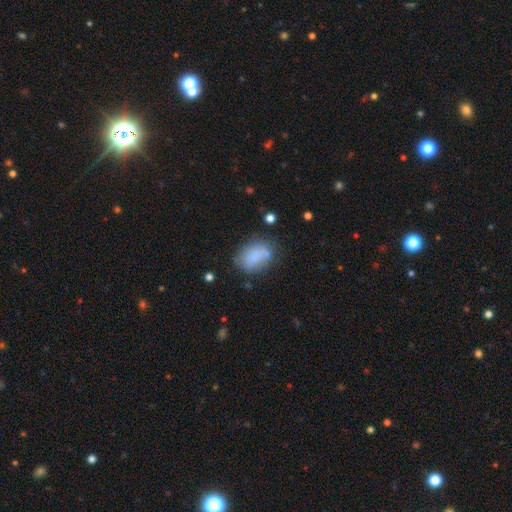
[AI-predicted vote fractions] Smooth or featured? Predicted: smooth (p=0.77). How rounded? Predicted: in between (p=0.80). Merging? Predicted: none (p=0.57).